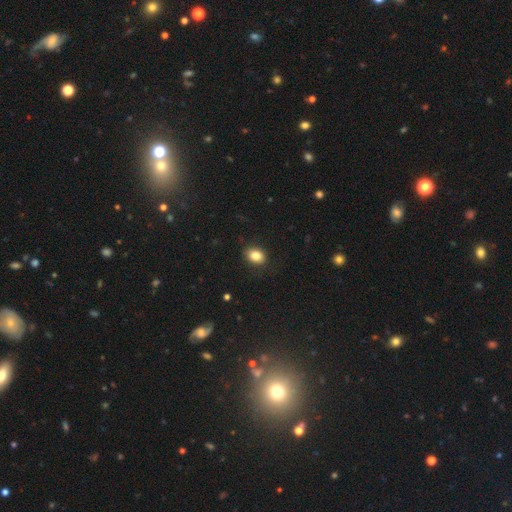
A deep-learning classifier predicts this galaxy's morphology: This is clearly a smooth galaxy (86%). How rounded: likely in between (66%). Merging: clearly none (84%).